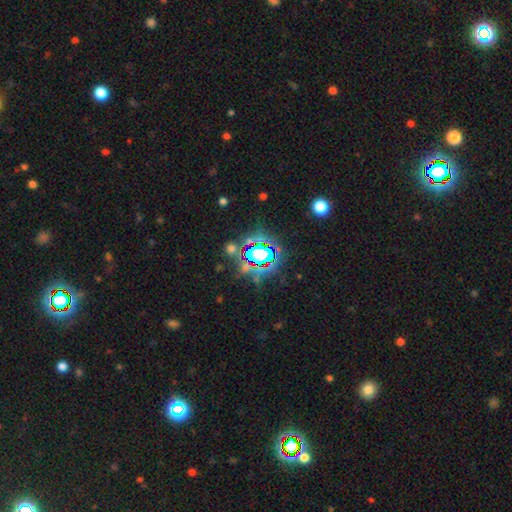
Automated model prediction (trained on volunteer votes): Q: Smooth or featured?
A: star or artifact (70%); runner-up: smooth (19%)